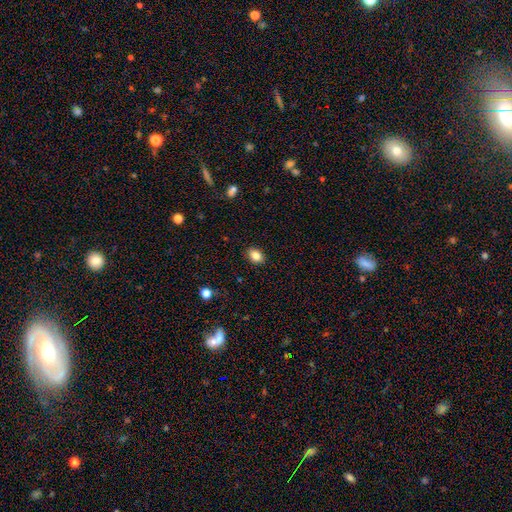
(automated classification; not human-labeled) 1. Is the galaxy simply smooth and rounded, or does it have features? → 85% smooth, 9% star or artifact, 6% featured or disk.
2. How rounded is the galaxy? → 76% in between, 23% round, 1% cigar-shaped.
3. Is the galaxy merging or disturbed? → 88% none, 9% minor disturbance, 2% major disturbance, 1% merger.